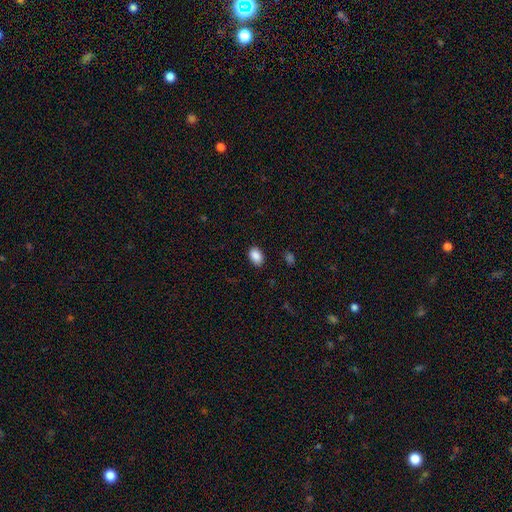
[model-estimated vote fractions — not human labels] Smooth or featured: smooth — 89% (star or artifact — 8%)
How rounded: in between — 83% (round — 16%)
Merging: none — 86% (minor disturbance — 10%)